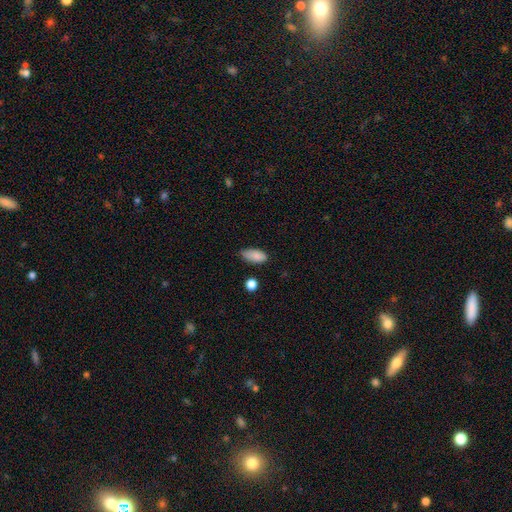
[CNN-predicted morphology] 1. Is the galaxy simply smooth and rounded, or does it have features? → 86% smooth, 8% star or artifact, 5% featured or disk.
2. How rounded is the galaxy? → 89% in between, 7% cigar-shaped, 4% round.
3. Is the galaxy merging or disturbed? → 63% none, 29% minor disturbance, 5% major disturbance, 3% merger.